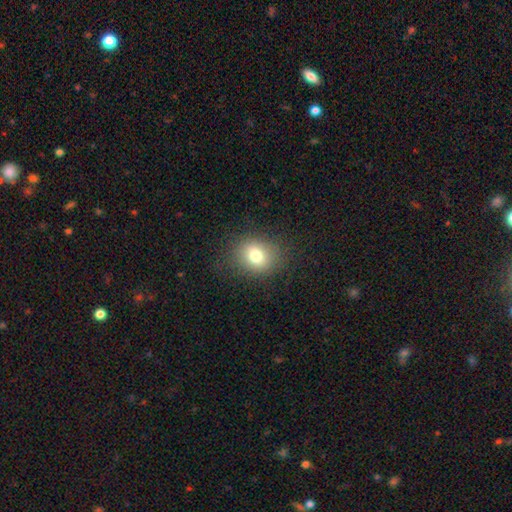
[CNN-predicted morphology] A smooth galaxy with no disk features (77%) that is round (60%).

Vote fractions:
- Smooth or featured? smooth: 77% / star or artifact: 13% / featured or disk: 10%
- How rounded? round: 60% / in between: 39% / cigar-shaped: 1%
- Merging? none: 84% / minor disturbance: 10% / major disturbance: 4% / merger: 1%